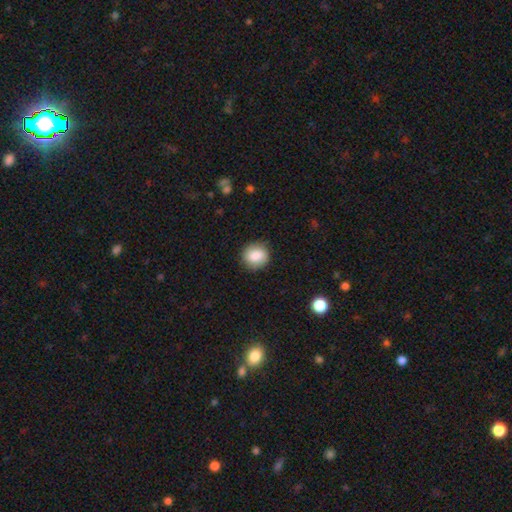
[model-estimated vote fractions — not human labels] smooth-or-featured: smooth: 85% | featured or disk: 8% | star or artifact: 8%
  how-rounded: round: 83% | in between: 16% | cigar-shaped: 1%
  merging: none: 86% | minor disturbance: 11% | major disturbance: 3% | merger: 1%